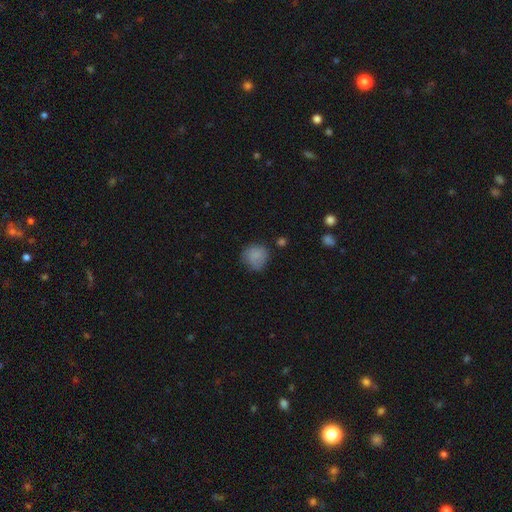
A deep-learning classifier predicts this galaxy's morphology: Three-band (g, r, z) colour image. It shows a smooth galaxy with no disk features (81%) that is round (84%). Merging: none (65%).